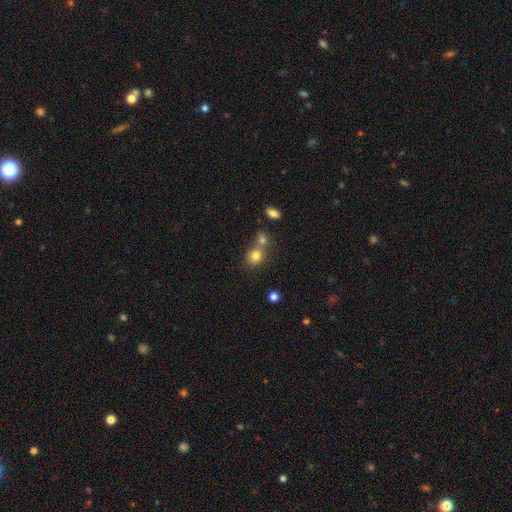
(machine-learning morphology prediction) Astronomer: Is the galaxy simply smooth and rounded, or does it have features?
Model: smooth — 79%.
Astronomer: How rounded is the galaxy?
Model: round — 75%.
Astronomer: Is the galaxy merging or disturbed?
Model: none — 48% (runner-up: merger, 39%).